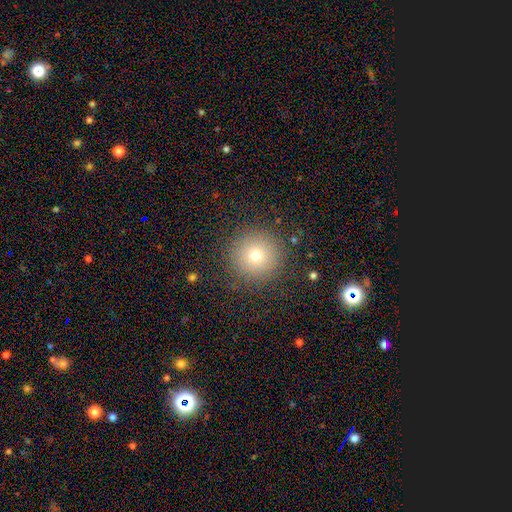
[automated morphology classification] A smooth galaxy with no disk features (73%) that is round (96%). Merging: none (89%).